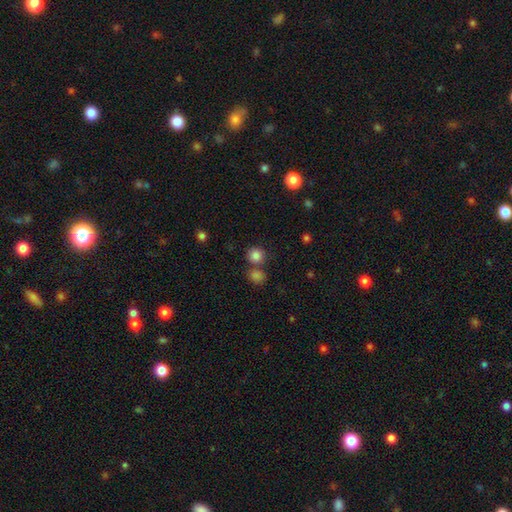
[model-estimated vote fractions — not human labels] This is clearly a smooth galaxy (83%). How rounded: clearly round (88%). Merging: likely none (68%).